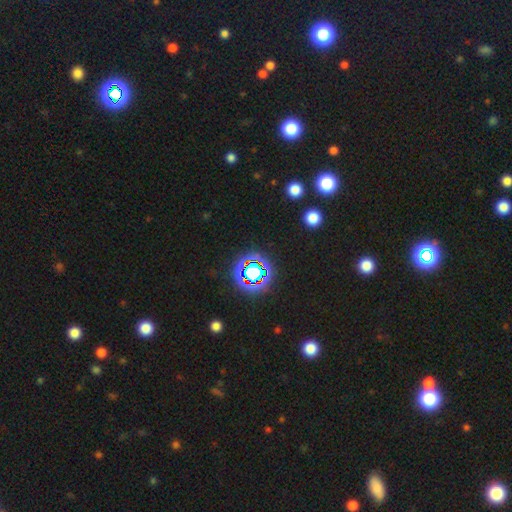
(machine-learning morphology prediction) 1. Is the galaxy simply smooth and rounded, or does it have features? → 78% star or artifact, 14% smooth, 8% featured or disk.